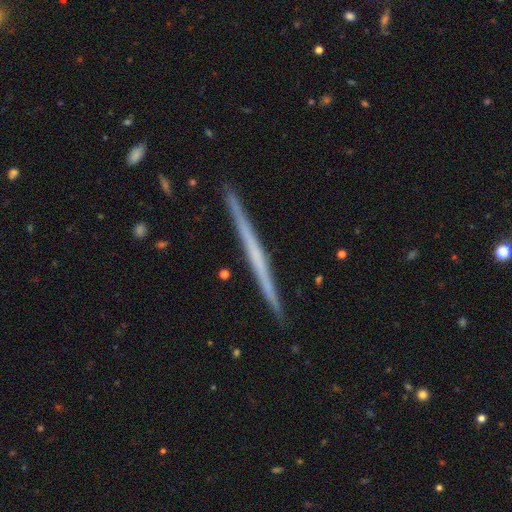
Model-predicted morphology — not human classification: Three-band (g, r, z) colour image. It shows a featured or disk galaxy (62%) viewed edge-on (98%) with no central bulge (90%). Merging: none (92%).